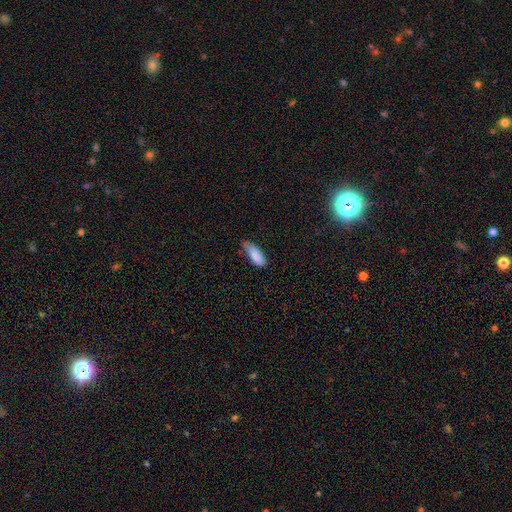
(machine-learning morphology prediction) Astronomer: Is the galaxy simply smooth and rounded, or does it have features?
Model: smooth — 87%.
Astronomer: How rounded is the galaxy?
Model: in between — 63%.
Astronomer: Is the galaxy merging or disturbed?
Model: none — 53% (runner-up: minor disturbance, 37%).